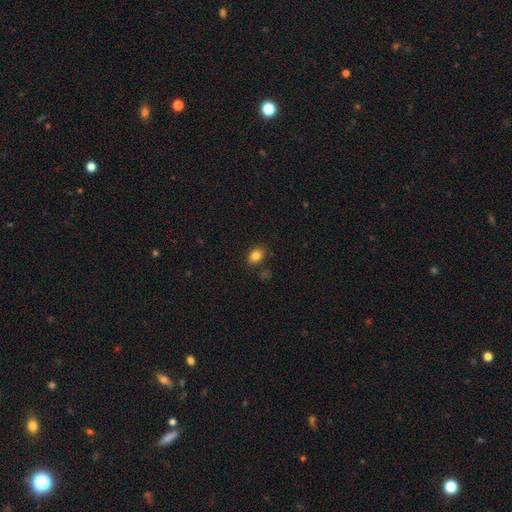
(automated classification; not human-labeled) Smooth or featured? smooth (83%)
How rounded? in between (70%)
Merging? none (83%)